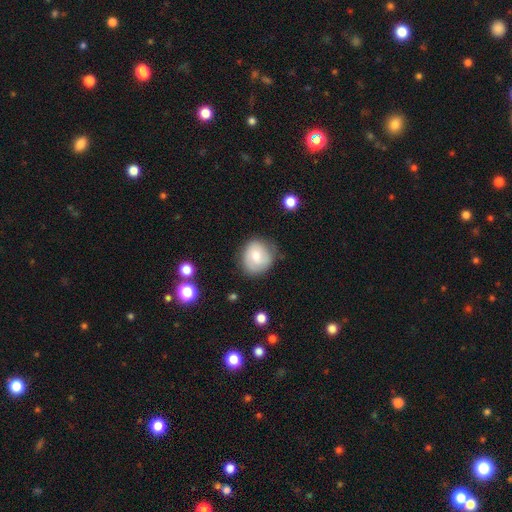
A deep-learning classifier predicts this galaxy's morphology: A smooth galaxy with no disk features (62%) that is round (78%).

Vote fractions:
- Smooth or featured? smooth: 62% / featured or disk: 30% / star or artifact: 8%
- How rounded? round: 78% / in between: 21% / cigar-shaped: 1%
- Merging? none: 71% / minor disturbance: 21% / major disturbance: 6% / merger: 2%